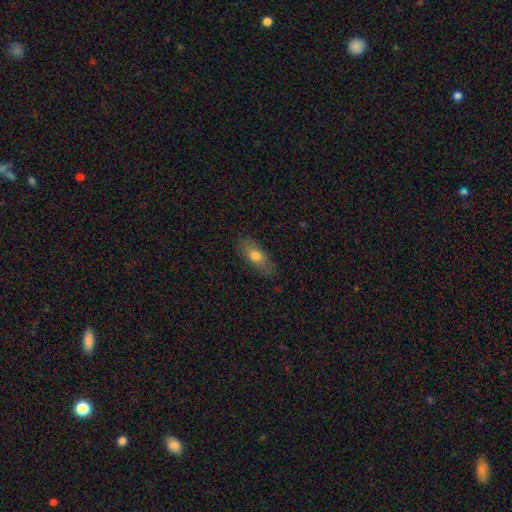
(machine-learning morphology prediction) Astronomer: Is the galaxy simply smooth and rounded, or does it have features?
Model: smooth — 73%.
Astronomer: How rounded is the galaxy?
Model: in between — 80%.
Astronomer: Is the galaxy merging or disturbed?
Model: none — 81%.